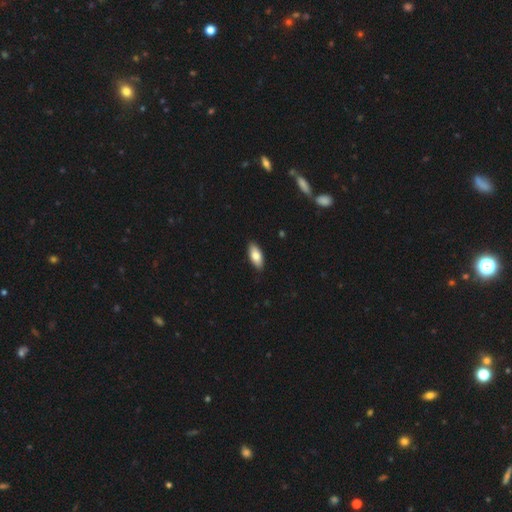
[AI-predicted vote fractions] Smooth or featured? Predicted: smooth (p=0.80). How rounded? Predicted: in between (p=0.88). Merging? Predicted: none (p=0.88).